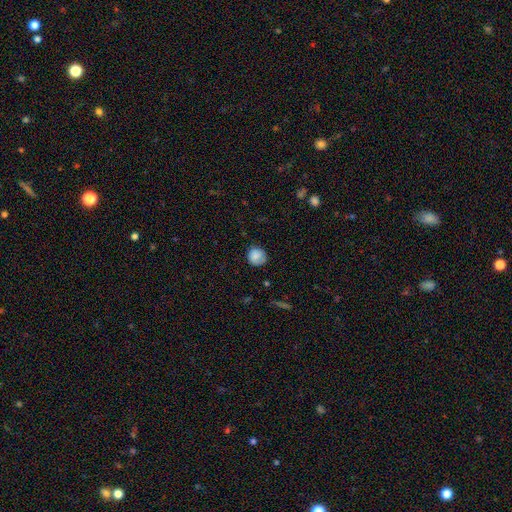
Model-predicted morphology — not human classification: smooth_or_featured: smooth (p=0.80) [alt: featured or disk p=0.12]
how_rounded: round (p=0.86) [alt: in between p=0.14]
merging: none (p=0.70) [alt: minor disturbance p=0.23]